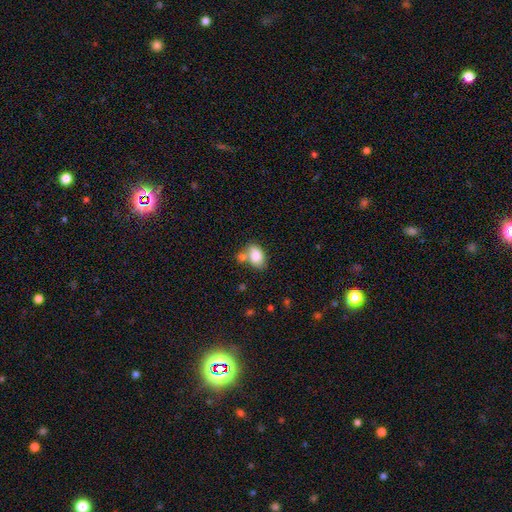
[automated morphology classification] Smooth or featured? smooth (85%)
How rounded? in between (85%)
Merging? none (46%)